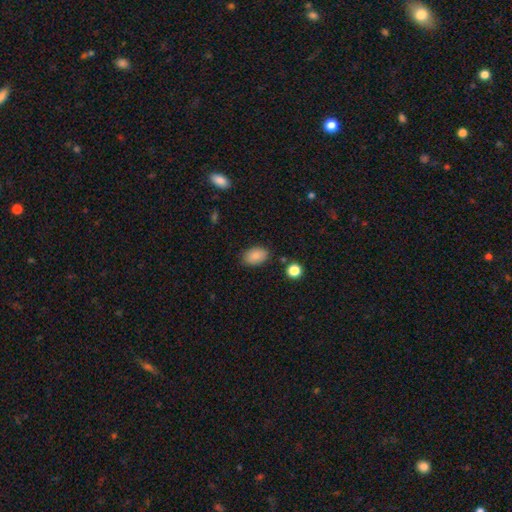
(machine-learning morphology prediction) A smooth galaxy with no disk features (86%) that is in between round and cigar-shaped (89%). Merging: none (84%).